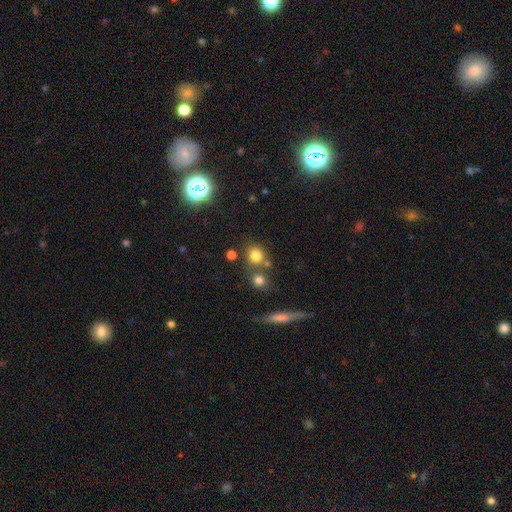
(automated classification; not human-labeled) A smooth galaxy with no disk features (77%) that is round (83%). Merging: none (64%).